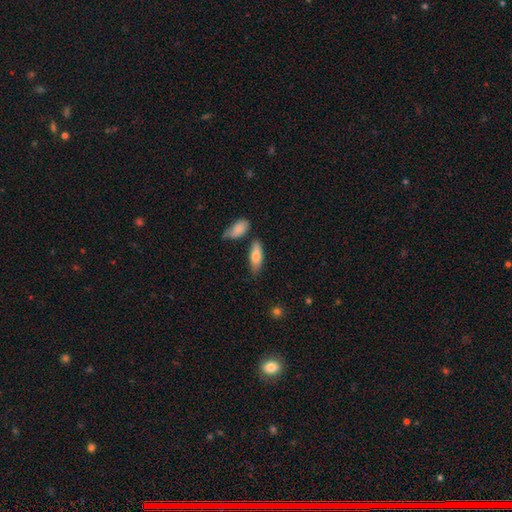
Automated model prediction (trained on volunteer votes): Smooth or featured?
  - smooth: 76% *
  - featured or disk: 18%
  - star or artifact: 6%
How rounded?
  - in between: 67% *
  - cigar-shaped: 31%
  - round: 2%
Merging?
  - none: 69% *
  - minor disturbance: 18%
  - merger: 8%
  - major disturbance: 4%